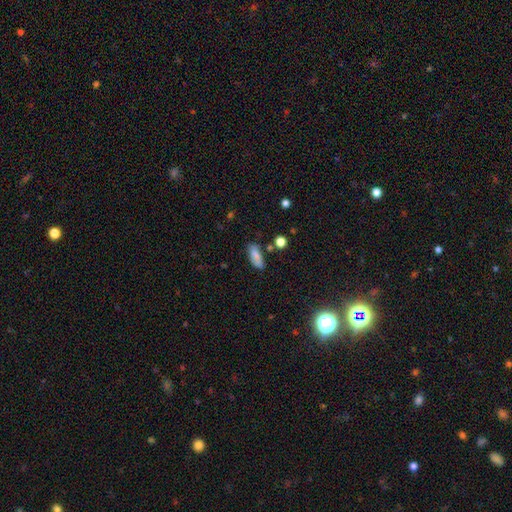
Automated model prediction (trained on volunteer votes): smooth 77%, featured or disk 14%, star or artifact 9%. Down the decision tree: how rounded — in between (79%); merging — none (67%).